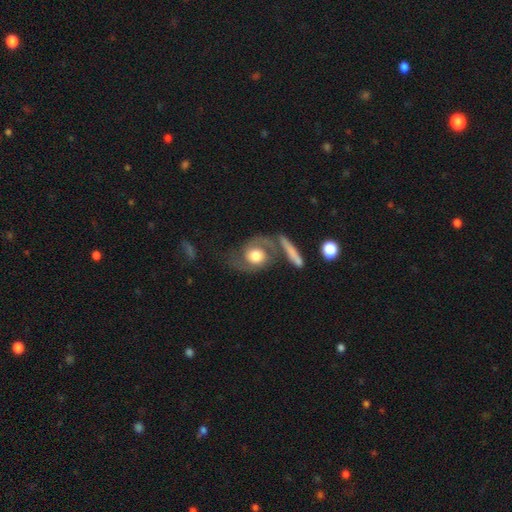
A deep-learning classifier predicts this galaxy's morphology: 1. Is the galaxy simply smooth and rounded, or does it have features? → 62% featured or disk, 32% smooth, 6% star or artifact.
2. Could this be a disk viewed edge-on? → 94% no, 6% yes.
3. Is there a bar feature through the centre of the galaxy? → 75% no, 19% weak, 5% strong.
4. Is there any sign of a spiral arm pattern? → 83% yes, 17% no.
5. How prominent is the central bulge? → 45% moderate, 43% large, 5% dominant, 5% small, 2% none.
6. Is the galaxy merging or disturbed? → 43% none, 23% major disturbance, 19% minor disturbance, 15% merger.